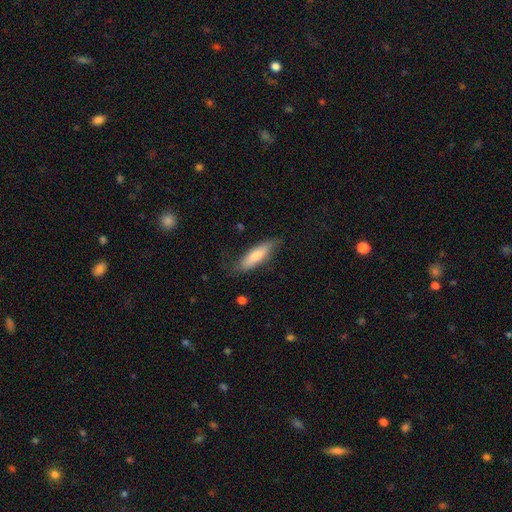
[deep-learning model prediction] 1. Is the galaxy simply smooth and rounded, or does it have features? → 70% smooth, 24% featured or disk, 6% star or artifact.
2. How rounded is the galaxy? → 53% cigar-shaped, 45% in between, 2% round.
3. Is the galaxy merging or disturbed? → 70% none, 23% minor disturbance, 6% major disturbance, 1% merger.